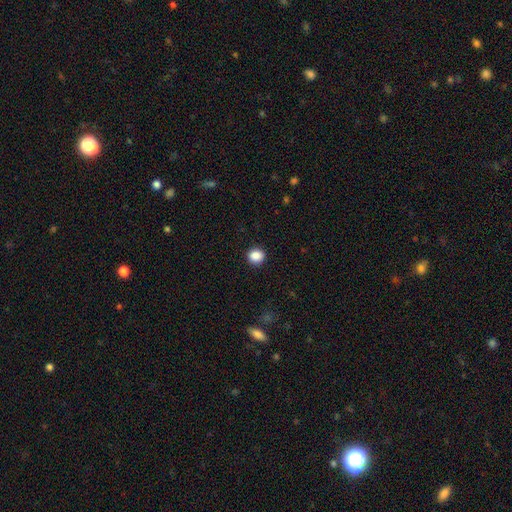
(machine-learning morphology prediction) Smooth or featured?
  - smooth: 88% *
  - star or artifact: 10%
  - featured or disk: 3%
How rounded?
  - round: 83% *
  - in between: 16%
  - cigar-shaped: 1%
Merging?
  - none: 91% *
  - minor disturbance: 6%
  - major disturbance: 2%
  - merger: 1%